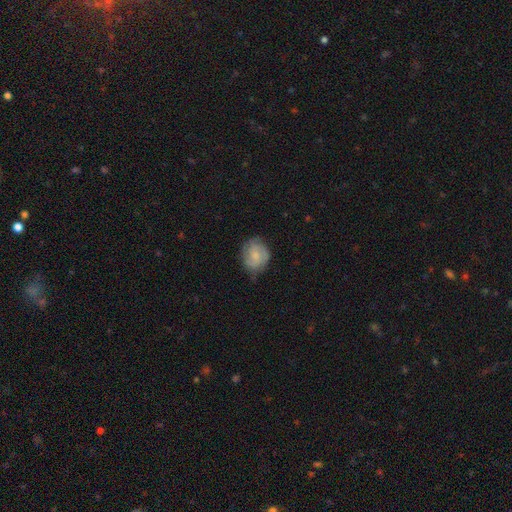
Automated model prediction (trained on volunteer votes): This appears to be a featured or disk galaxy (59%) with no bar (63%), 2 (57%) tight (50%) spiral arms (91%) and a small central bulge (46%). Merging: none (71%).